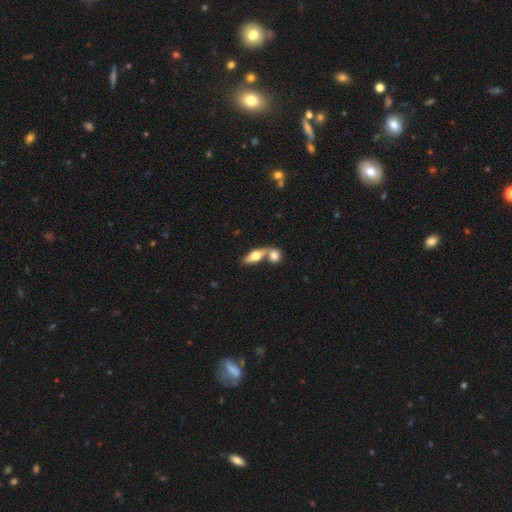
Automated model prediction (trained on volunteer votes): smooth_or_featured: smooth (p=0.54) [alt: featured or disk p=0.39]
how_rounded: in between (p=0.67) [alt: cigar-shaped p=0.26]
merging: merger (p=0.51) [alt: none p=0.37]